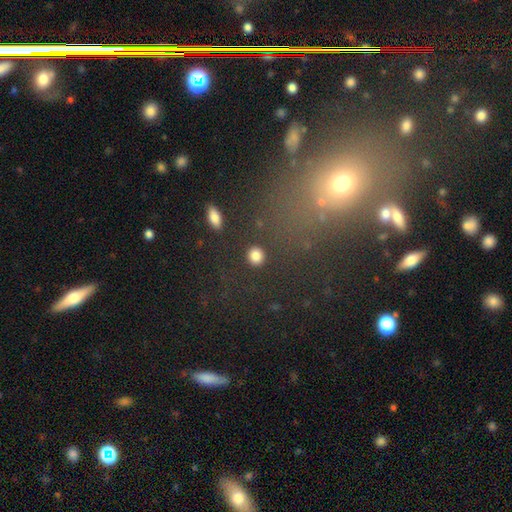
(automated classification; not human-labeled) Morphology: type=smooth (85%); roundness=round (80%); merging=none (89%).